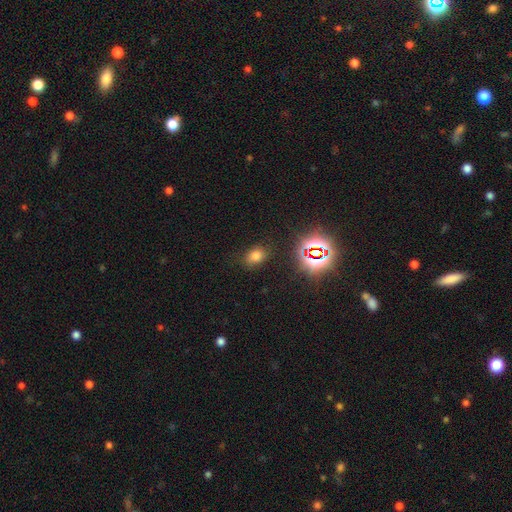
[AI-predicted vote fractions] Smooth or featured? Predicted: smooth (p=0.69). How rounded? Predicted: in between (p=0.65). Merging? Predicted: none (p=0.79).